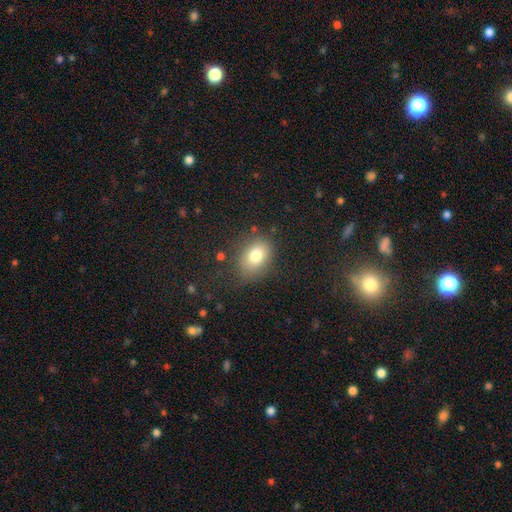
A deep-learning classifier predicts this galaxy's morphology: Overall: smooth (79%). How rounded: in between (69%; round 30%). Merging: none (76%).